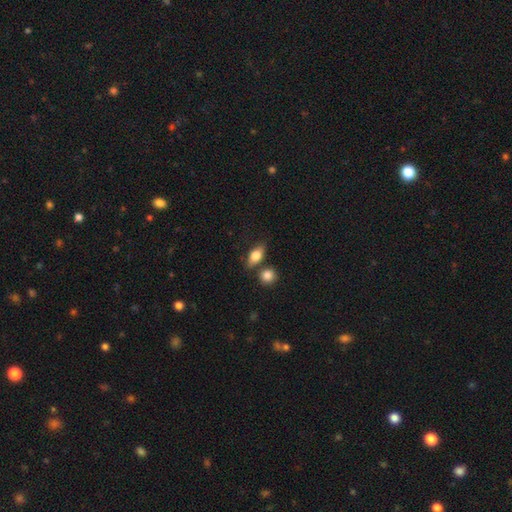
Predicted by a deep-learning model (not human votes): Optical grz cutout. It shows a smooth galaxy with no disk features (77%) that is in between round and cigar-shaped (80%). Merging: none (67%).